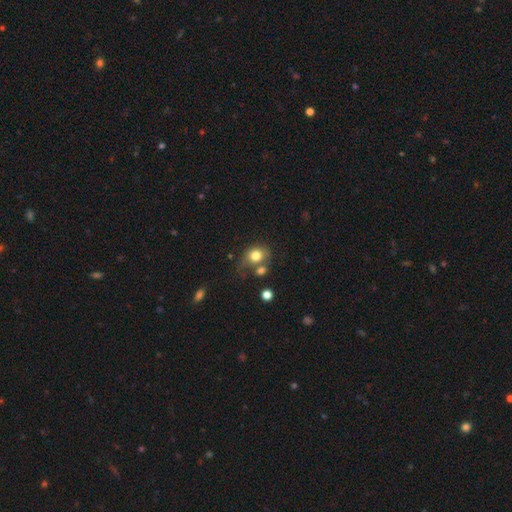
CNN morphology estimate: A smooth galaxy with no disk features (79%) that is round (60%). Merging: none (48%).